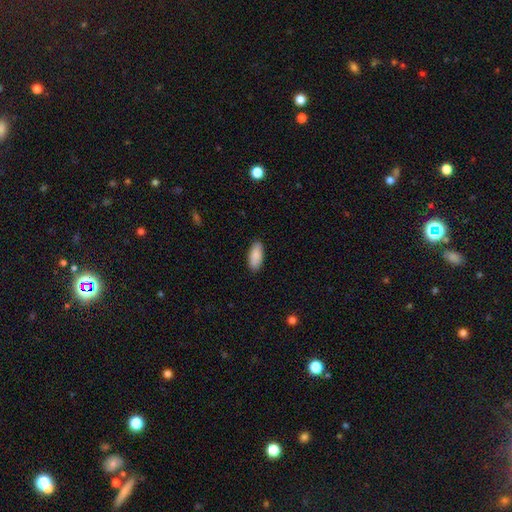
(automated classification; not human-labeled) Smooth or featured: smooth — 89% (star or artifact — 6%)
How rounded: in between — 86% (cigar-shaped — 13%)
Merging: none — 90% (minor disturbance — 8%)